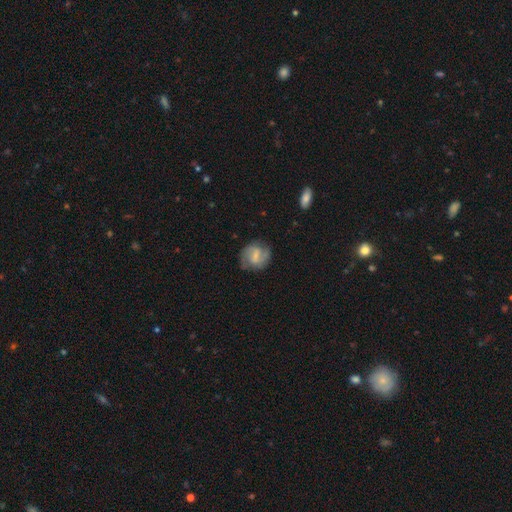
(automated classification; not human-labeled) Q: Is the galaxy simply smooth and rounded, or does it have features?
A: featured or disk — 62%.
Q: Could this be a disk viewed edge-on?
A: no — 97%.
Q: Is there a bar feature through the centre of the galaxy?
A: weak — 54%.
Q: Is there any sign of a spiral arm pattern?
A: yes — 84%.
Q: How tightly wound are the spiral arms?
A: medium — 47%.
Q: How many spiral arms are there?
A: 2 — 79%.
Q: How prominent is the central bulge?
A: small — 44%.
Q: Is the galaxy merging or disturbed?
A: none — 70%.